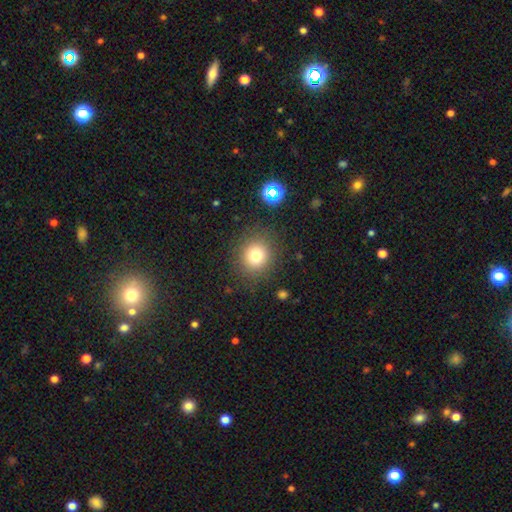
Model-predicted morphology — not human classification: Overall: smooth (77%). How rounded: round (86%). Merging: none (86%).